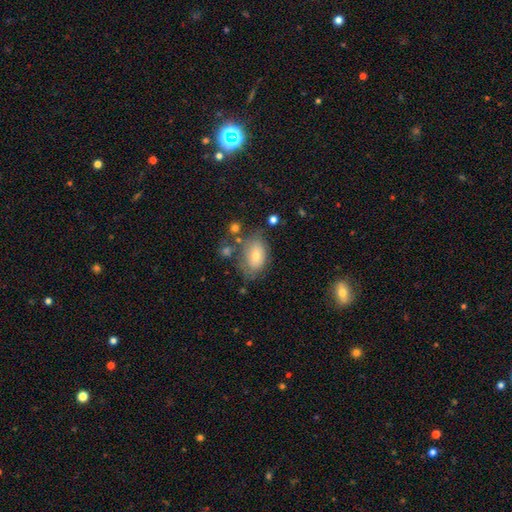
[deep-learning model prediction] smooth_or_featured: smooth (p=0.62) [alt: featured or disk p=0.27]
how_rounded: in between (p=0.84) [alt: round p=0.15]
merging: none (p=0.58) [alt: minor disturbance p=0.24]